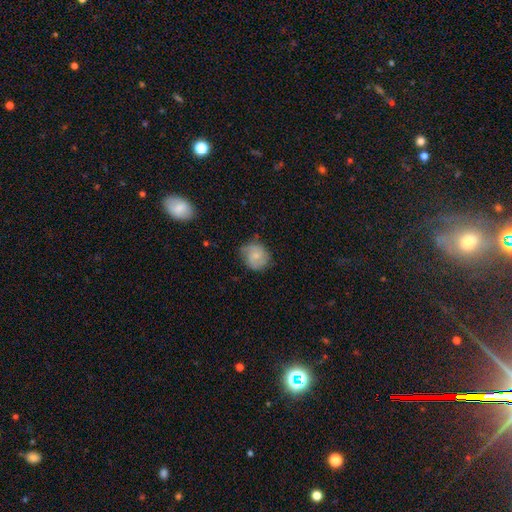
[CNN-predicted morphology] A smooth galaxy with no disk features (52%) that is round (77%). Merging: none (64%).